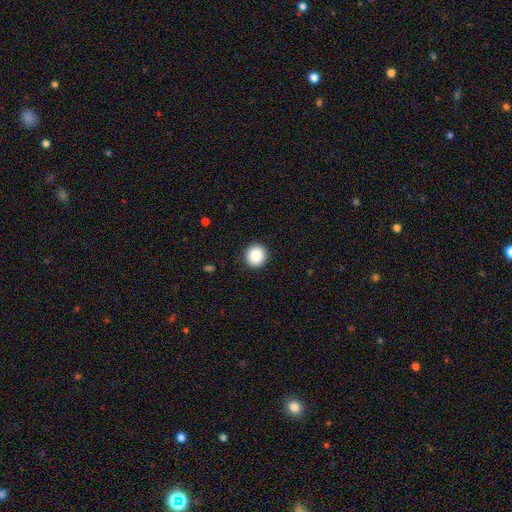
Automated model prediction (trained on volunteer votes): This appears to be a smooth galaxy with no disk features (88%) that is round (95%). Merging: none (92%).